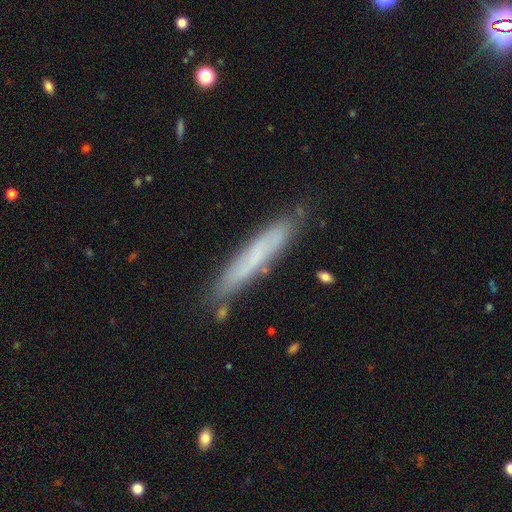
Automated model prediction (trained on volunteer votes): smooth-or-featured: smooth: 51% | featured or disk: 41% | star or artifact: 8%
  how-rounded: cigar-shaped: 91% | in between: 8% | round: 1%
  merging: none: 78% | minor disturbance: 16% | major disturbance: 3% | merger: 3%